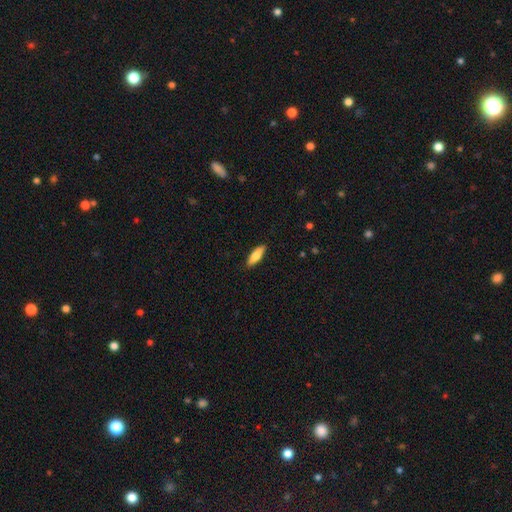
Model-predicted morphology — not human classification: Smooth or featured? Predicted: smooth (p=0.71). How rounded? Predicted: in between (p=0.52). Merging? Predicted: none (p=0.88).